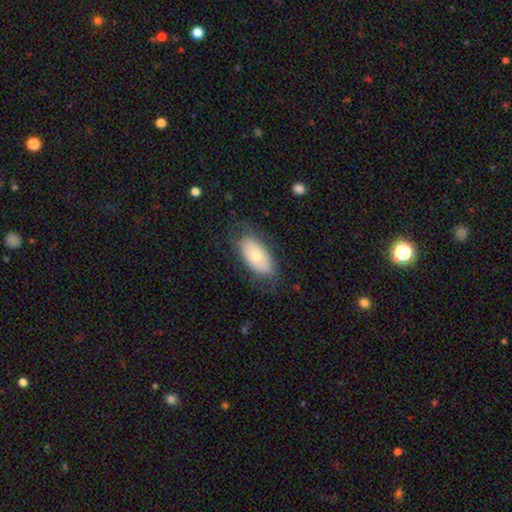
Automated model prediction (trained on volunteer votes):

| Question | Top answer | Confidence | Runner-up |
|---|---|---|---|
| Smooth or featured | smooth | 66% | featured or disk (28%) |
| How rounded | in between | 92% | cigar-shaped (4%) |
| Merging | none | 73% | minor disturbance (18%) |